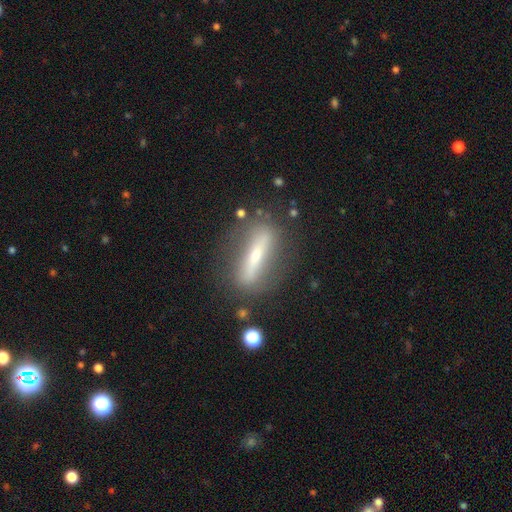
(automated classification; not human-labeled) smooth_or_featured: featured or disk (p=0.59) [alt: smooth p=0.33]
disk_edge_on: yes (p=0.72) [alt: no p=0.28]
merging: none (p=0.80) [alt: minor disturbance p=0.12]